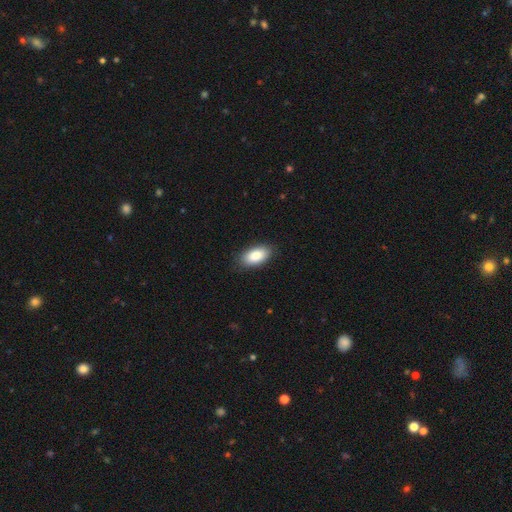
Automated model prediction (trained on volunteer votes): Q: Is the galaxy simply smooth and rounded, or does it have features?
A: smooth — 88%.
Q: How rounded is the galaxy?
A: in between — 94%.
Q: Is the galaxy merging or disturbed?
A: none — 86%.